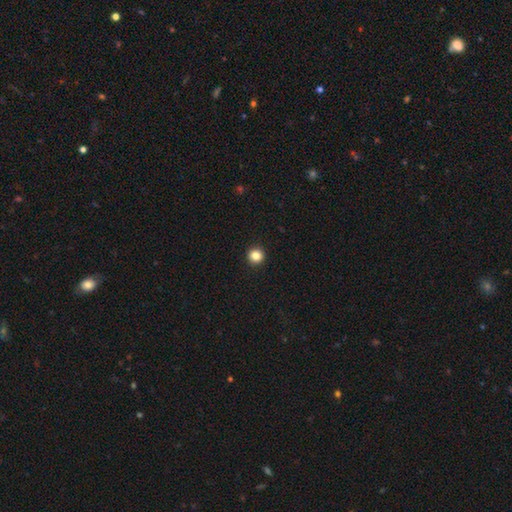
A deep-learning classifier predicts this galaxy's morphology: This is clearly a smooth galaxy (85%). How rounded: clearly round (94%). Merging: clearly none (94%).